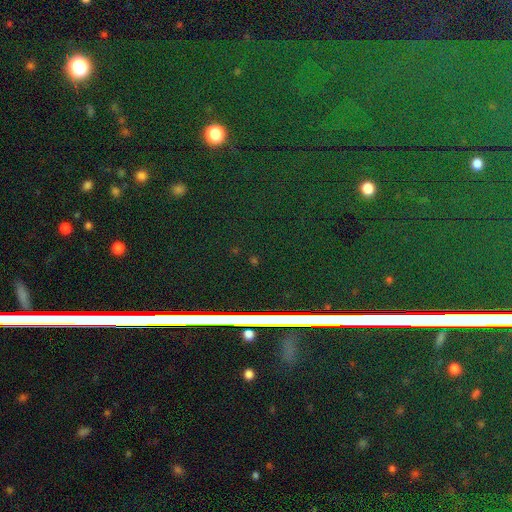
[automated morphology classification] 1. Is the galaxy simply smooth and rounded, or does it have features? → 79% star or artifact, 11% featured or disk, 11% smooth.